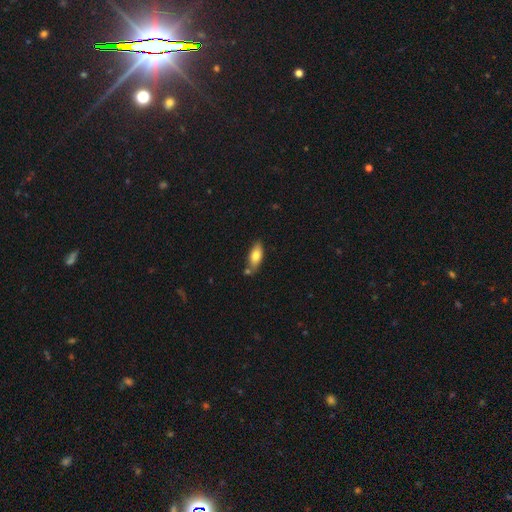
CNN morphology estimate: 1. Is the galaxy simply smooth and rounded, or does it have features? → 76% smooth, 17% featured or disk, 7% star or artifact.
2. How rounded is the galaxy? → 80% in between, 17% cigar-shaped, 3% round.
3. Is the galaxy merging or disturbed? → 63% none, 19% minor disturbance, 13% merger, 4% major disturbance.